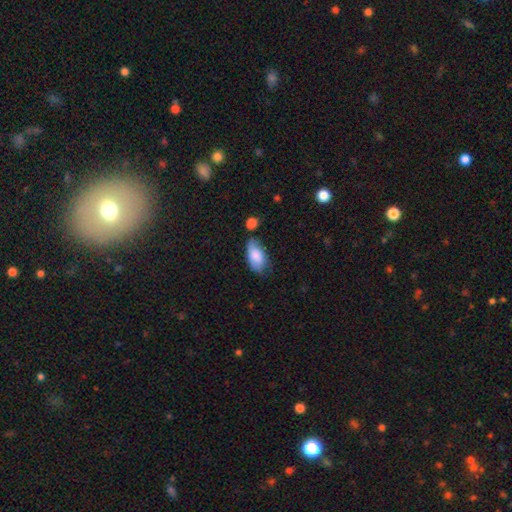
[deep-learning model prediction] A smooth galaxy with no disk features (78%) that is in between round and cigar-shaped (93%). Merging: none (48%).